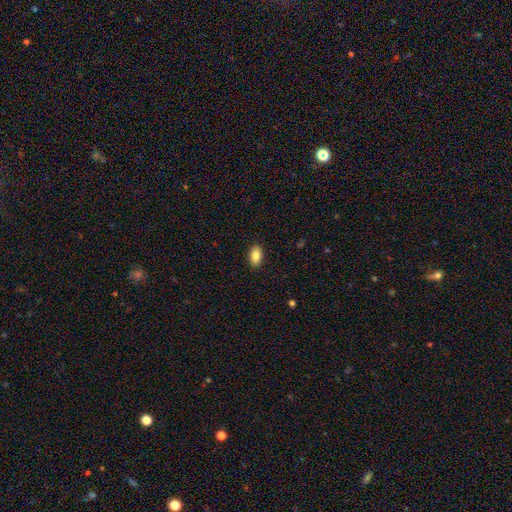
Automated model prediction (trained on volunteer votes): Smooth or featured? smooth (87%)
How rounded? in between (91%)
Merging? none (90%)